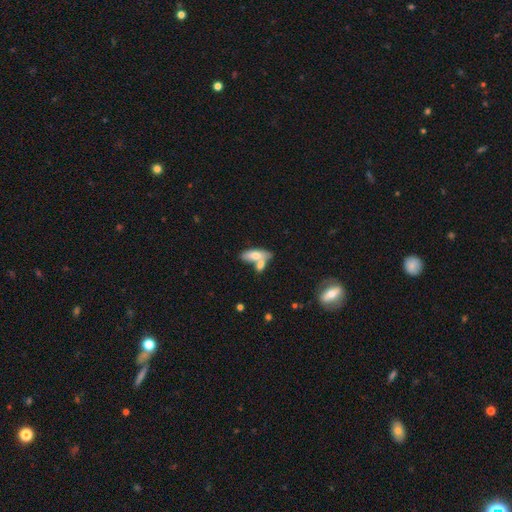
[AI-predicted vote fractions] Smooth or featured?
  - smooth: 68% *
  - featured or disk: 25%
  - star or artifact: 6%
How rounded?
  - in between: 71% *
  - cigar-shaped: 25%
  - round: 3%
Merging?
  - merger: 47% *
  - none: 38%
  - minor disturbance: 11%
  - major disturbance: 4%